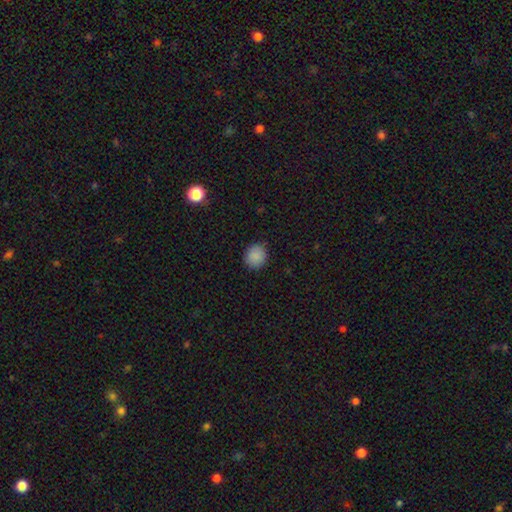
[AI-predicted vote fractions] This appears to be a smooth galaxy with no disk features (88%) that is round (85%). Merging: none (88%).